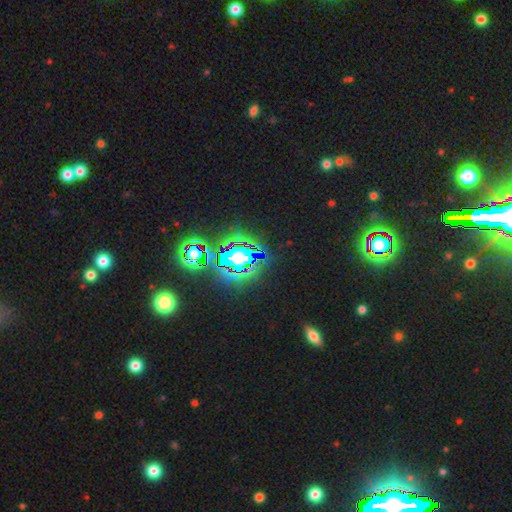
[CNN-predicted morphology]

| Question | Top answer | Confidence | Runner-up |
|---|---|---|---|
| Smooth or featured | star or artifact | 83% | smooth (10%) |